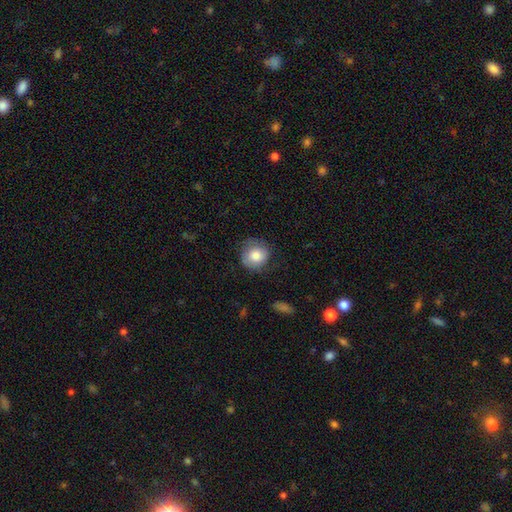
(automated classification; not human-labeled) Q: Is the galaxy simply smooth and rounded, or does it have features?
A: smooth — 77%.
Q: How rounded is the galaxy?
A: round — 85%.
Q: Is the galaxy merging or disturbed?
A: none — 69%.